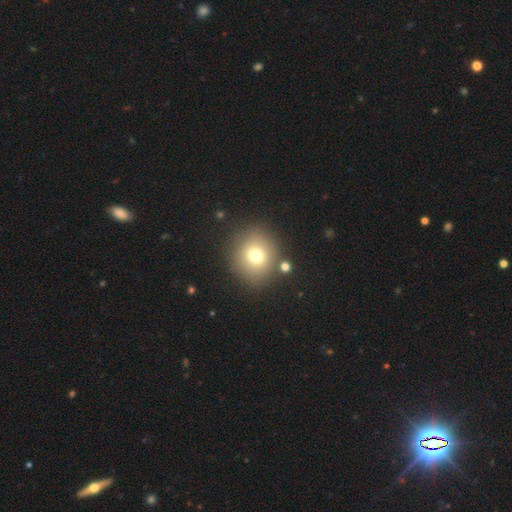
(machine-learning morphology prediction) Overall: smooth (73%). How rounded: round (84%). Merging: none (82%).